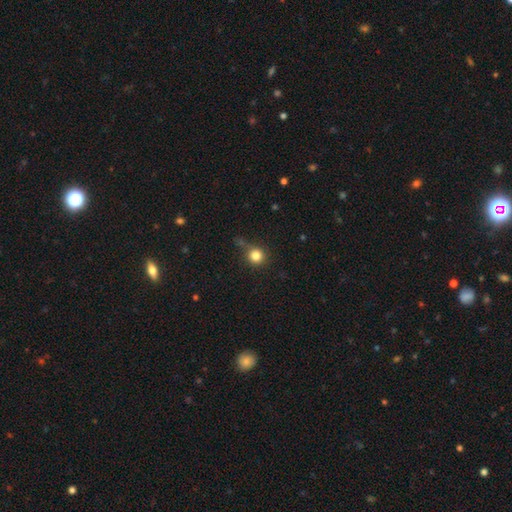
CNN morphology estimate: type=smooth (82%); roundness=round (93%); merging=none (72%).